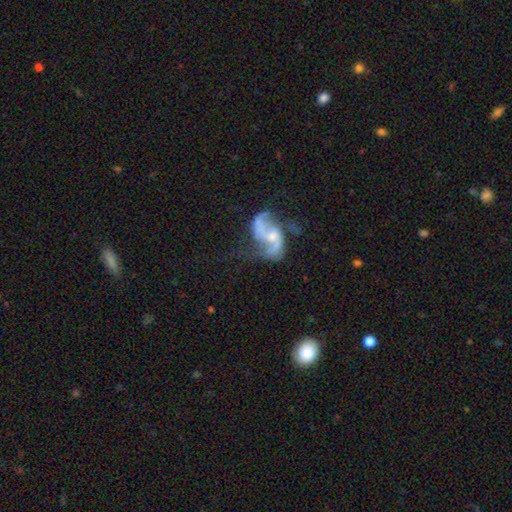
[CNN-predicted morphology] The model was most divided on "bulge size": small: 44%, moderate: 42%, none: 8%, large: 4%, dominant: 2%. Remaining: edge-on disk — no (96%); spiral arms — yes (91%); spiral arm count — 2 (84%); smooth or featured — featured or disk (82%); spiral winding — loose (59%); bar — no (50%); merging — none (50%).